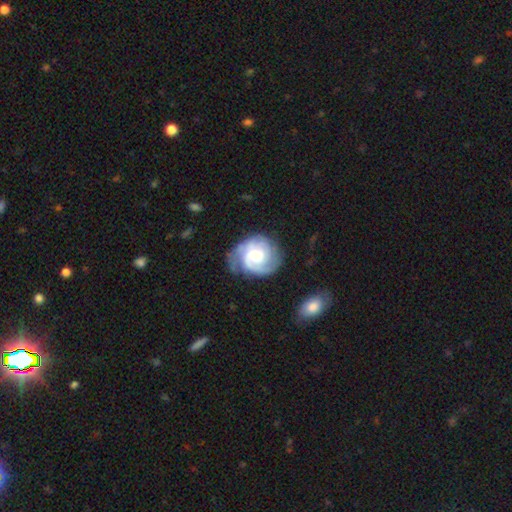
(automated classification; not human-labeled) Morphology: type=featured or disk (78%); edge-on=no (98%); bar=no (66%); spiral arms=yes (94%); winding=tight (55%); arm count=2 (46%); bulge=moderate (61%); merging=none (63%).